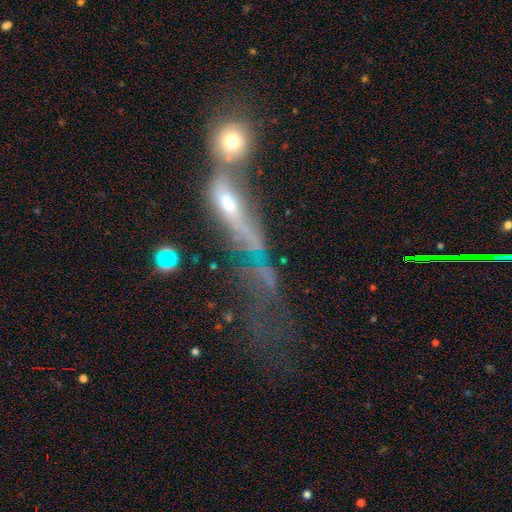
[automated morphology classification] A featured or disk galaxy (51%).

Vote fractions:
- Smooth or featured? featured or disk: 51% / smooth: 34% / star or artifact: 15%
- Edge-on disk? no: 61% / yes: 39%
- Merging? merger: 57% / major disturbance: 23% / none: 12% / minor disturbance: 8%